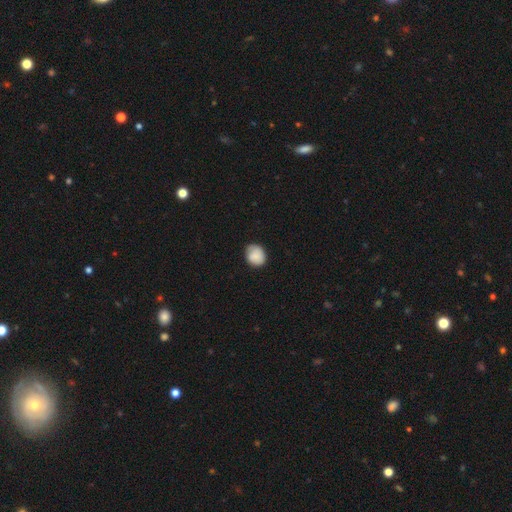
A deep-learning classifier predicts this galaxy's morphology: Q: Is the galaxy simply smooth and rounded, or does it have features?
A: smooth — 86%.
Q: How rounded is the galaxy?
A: round — 65%.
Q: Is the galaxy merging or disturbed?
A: none — 72%.